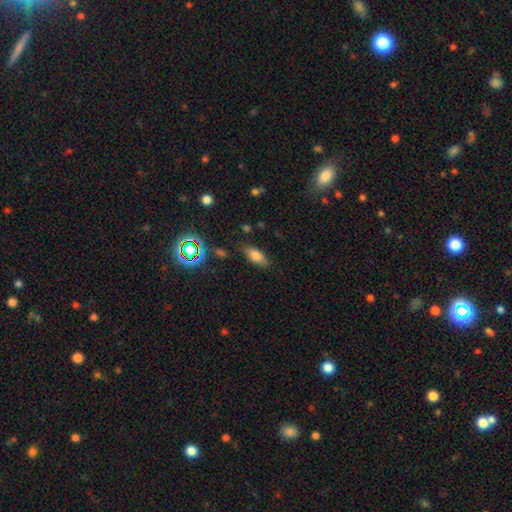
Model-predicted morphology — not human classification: Q: Smooth or featured?
A: smooth (74%); runner-up: featured or disk (14%)
Q: How rounded?
A: in between (82%); runner-up: cigar-shaped (13%)
Q: Merging?
A: none (81%); runner-up: minor disturbance (14%)